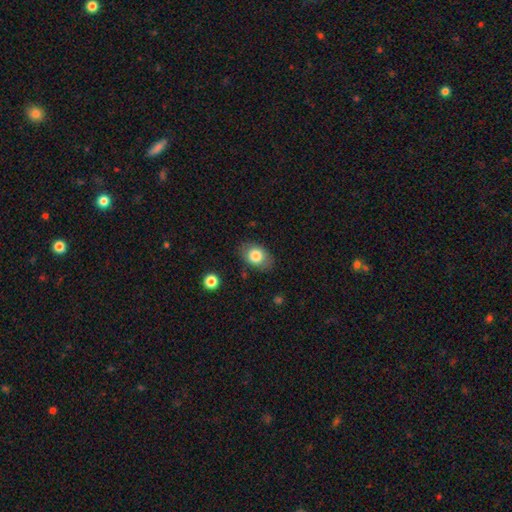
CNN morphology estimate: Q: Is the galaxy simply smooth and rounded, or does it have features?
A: smooth — 79%.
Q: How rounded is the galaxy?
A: in between — 73%.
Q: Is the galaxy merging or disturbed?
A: none — 79%.